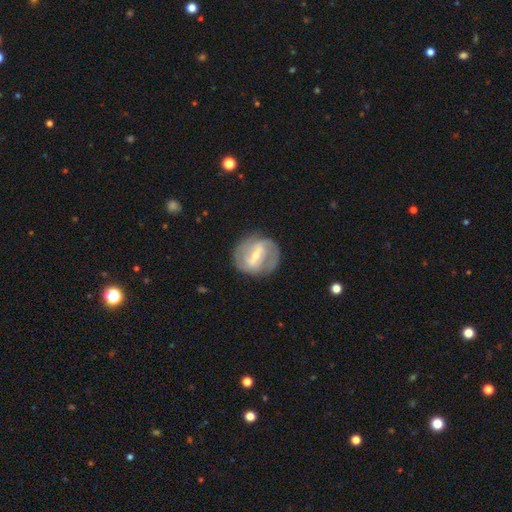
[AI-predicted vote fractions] This appears to be a featured or disk galaxy (80%) with a strong bar (54%), 2 (67%) tight (43%) spiral arms (86%) and a small central bulge (50%). Merging: none (76%).